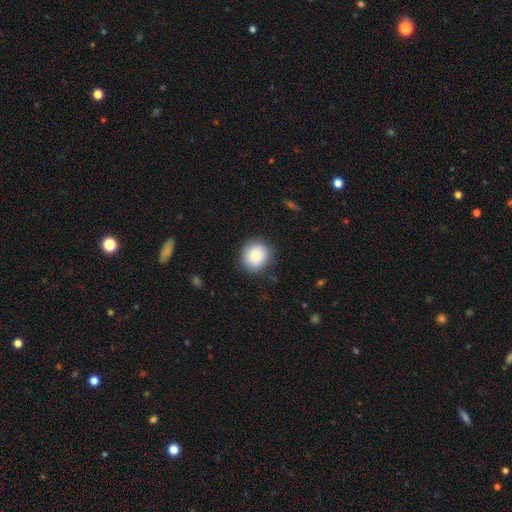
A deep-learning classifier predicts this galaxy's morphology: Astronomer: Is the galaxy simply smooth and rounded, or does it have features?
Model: smooth — 86%.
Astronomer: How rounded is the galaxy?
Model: round — 80%.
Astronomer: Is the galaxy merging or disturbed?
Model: none — 85%.